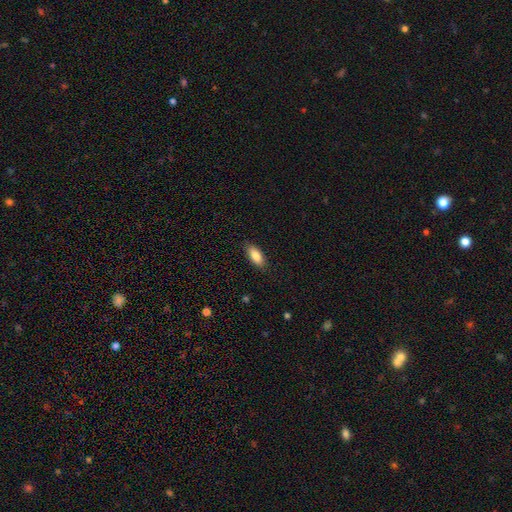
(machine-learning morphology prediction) smooth 85%, featured or disk 8%, star or artifact 7%. Down the decision tree: how rounded — in between (83%); merging — none (87%).